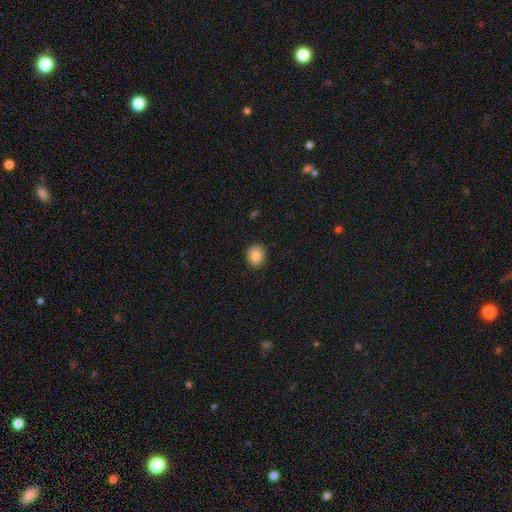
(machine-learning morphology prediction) smooth 86%, star or artifact 8%, featured or disk 5%. Down the decision tree: how rounded — round (60%); merging — none (87%).